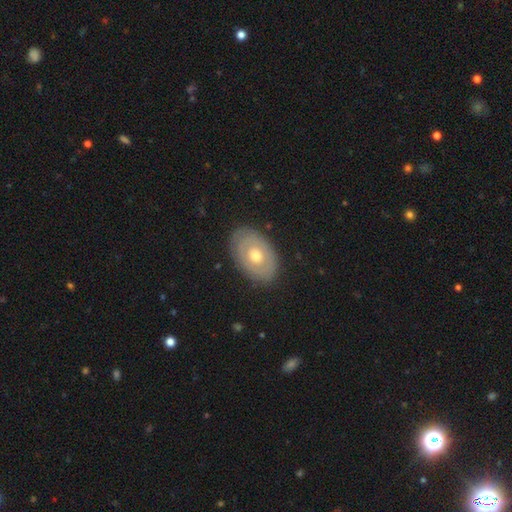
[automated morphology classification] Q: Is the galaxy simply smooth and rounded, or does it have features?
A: featured or disk — 50%.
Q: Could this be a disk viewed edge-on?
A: no — 91%.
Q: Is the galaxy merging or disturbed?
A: none — 84%.